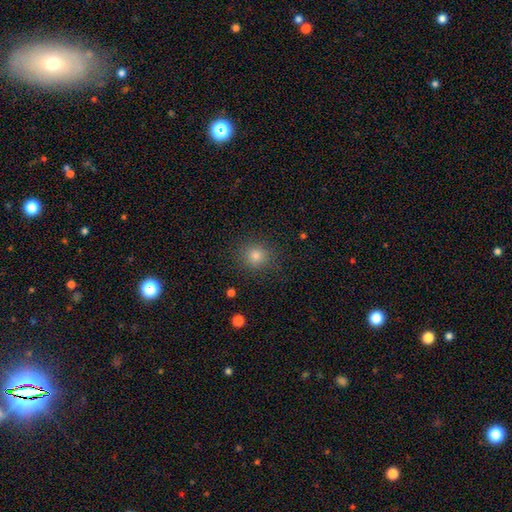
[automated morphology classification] Smooth or featured: smooth — 79% (star or artifact — 15%)
How rounded: round — 88% (in between — 11%)
Merging: none — 88% (minor disturbance — 8%)